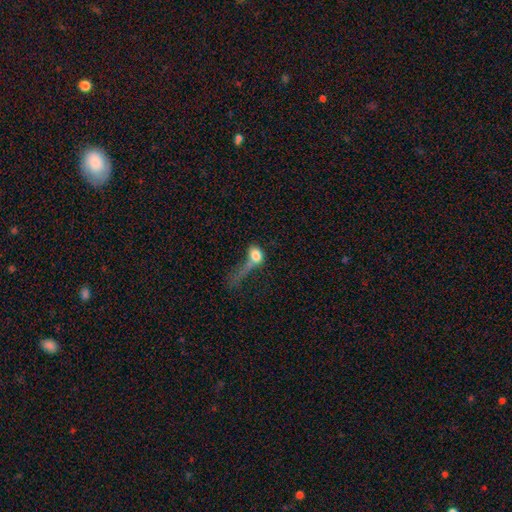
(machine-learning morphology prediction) This appears to be a smooth galaxy with no disk features (72%) that is in between round and cigar-shaped (62%). Merging: major disturbance (54%).